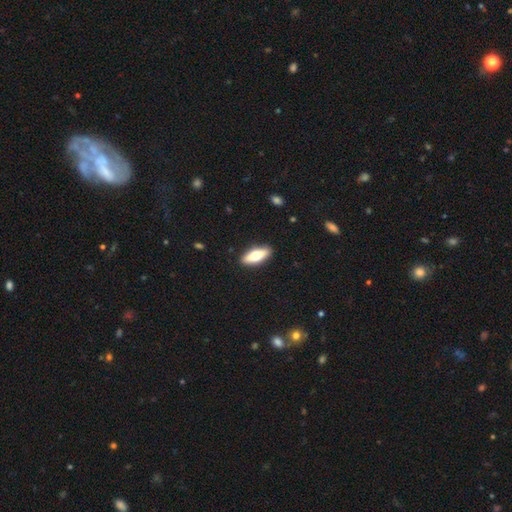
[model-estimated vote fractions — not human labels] smooth-or-featured: smooth: 64% | featured or disk: 30% | star or artifact: 6%
  how-rounded: in between: 64% | cigar-shaped: 33% | round: 2%
  merging: none: 89% | minor disturbance: 8% | major disturbance: 2% | merger: 1%